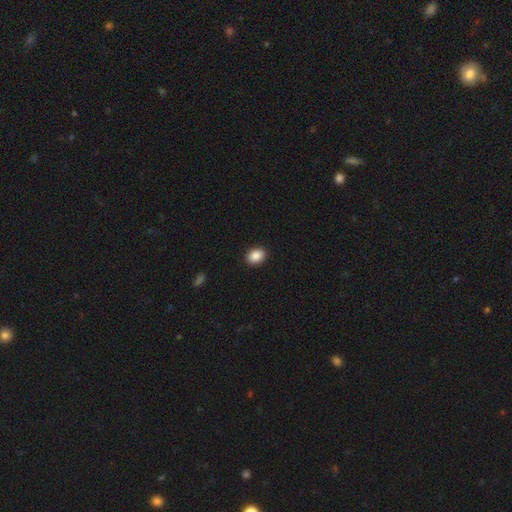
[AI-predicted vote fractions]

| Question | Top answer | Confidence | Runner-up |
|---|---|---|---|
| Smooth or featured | smooth | 89% | star or artifact (8%) |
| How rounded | in between | 68% | round (31%) |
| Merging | none | 91% | minor disturbance (6%) |